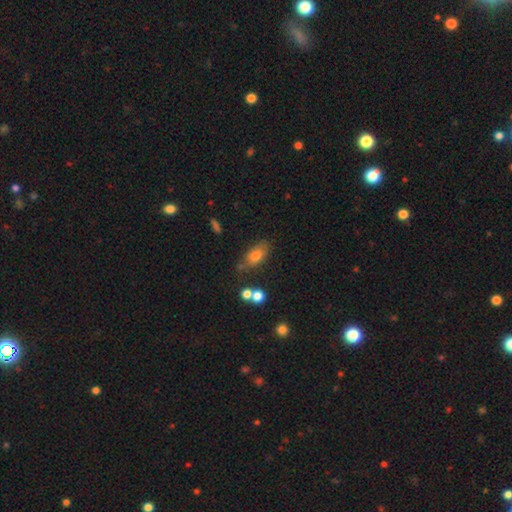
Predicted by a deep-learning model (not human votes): smooth_or_featured: smooth (p=0.75) [alt: featured or disk p=0.16]
how_rounded: in between (p=0.83) [alt: cigar-shaped p=0.09]
merging: none (p=0.63) [alt: minor disturbance p=0.20]